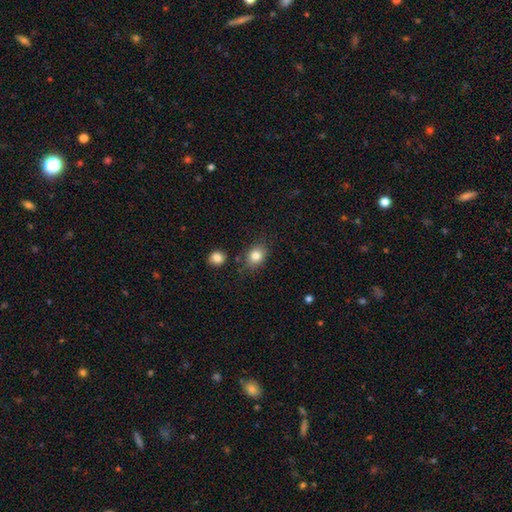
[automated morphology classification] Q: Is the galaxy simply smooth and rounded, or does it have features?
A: smooth — 83%.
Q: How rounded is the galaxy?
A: in between — 53%.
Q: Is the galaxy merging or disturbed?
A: none — 78%.